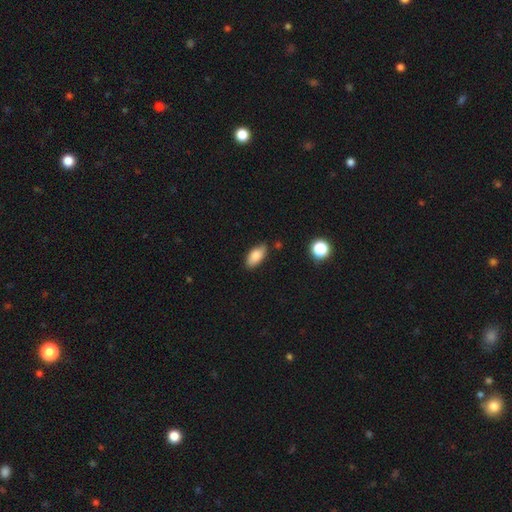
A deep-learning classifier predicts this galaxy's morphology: smooth_or_featured: smooth (p=0.82) [alt: featured or disk p=0.10]
how_rounded: in between (p=0.90) [alt: cigar-shaped p=0.07]
merging: none (p=0.80) [alt: minor disturbance p=0.15]